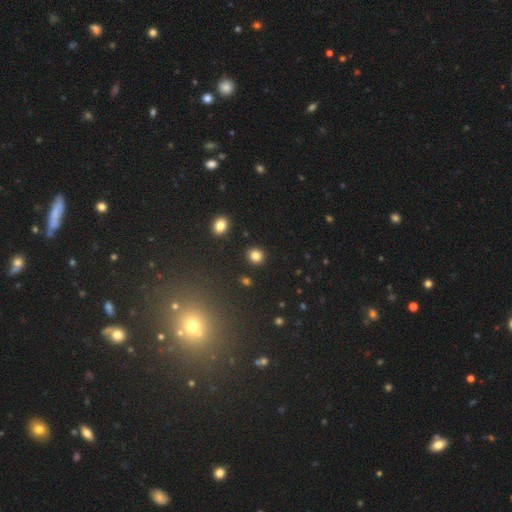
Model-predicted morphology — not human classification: smooth 82%, star or artifact 12%, featured or disk 6%. Down the decision tree: how rounded — round (78%); merging — none (89%).